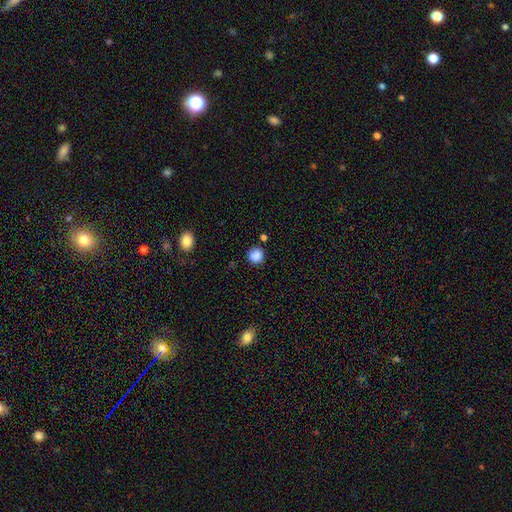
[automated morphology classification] Q: Smooth or featured?
A: smooth (86%); runner-up: star or artifact (11%)
Q: How rounded?
A: round (91%); runner-up: in between (8%)
Q: Merging?
A: none (80%); runner-up: minor disturbance (12%)